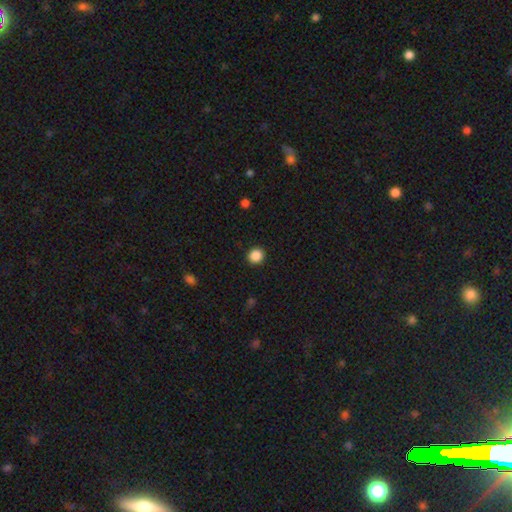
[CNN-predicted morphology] Smooth or featured?
  - smooth: 87% *
  - star or artifact: 10%
  - featured or disk: 3%
How rounded?
  - round: 84% *
  - in between: 15%
  - cigar-shaped: 1%
Merging?
  - none: 91% *
  - minor disturbance: 6%
  - major disturbance: 2%
  - merger: 1%